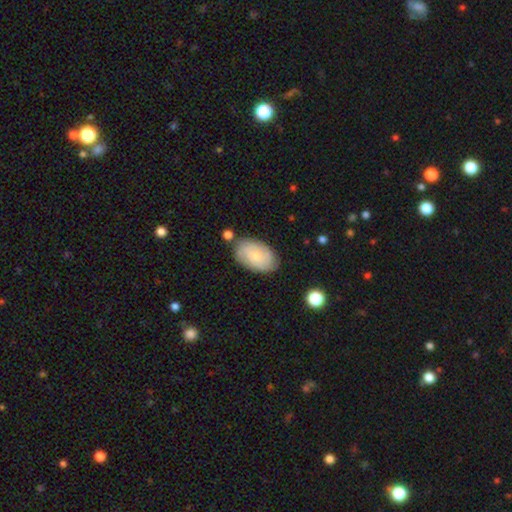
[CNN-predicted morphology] type=smooth (55%); roundness=in between (91%); merging=none (76%).